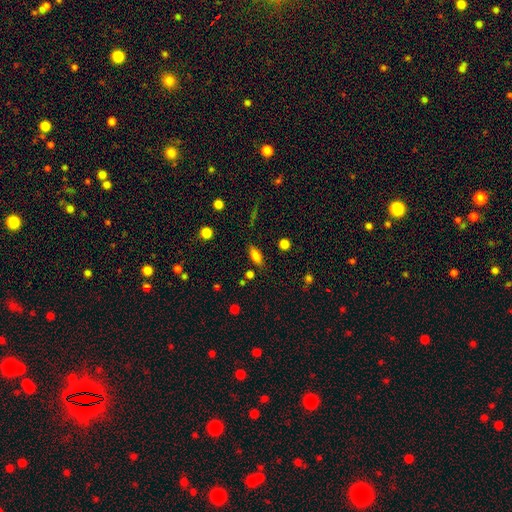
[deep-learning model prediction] A smooth galaxy with no disk features (79%) that is in between round and cigar-shaped (80%). Merging: none (81%).